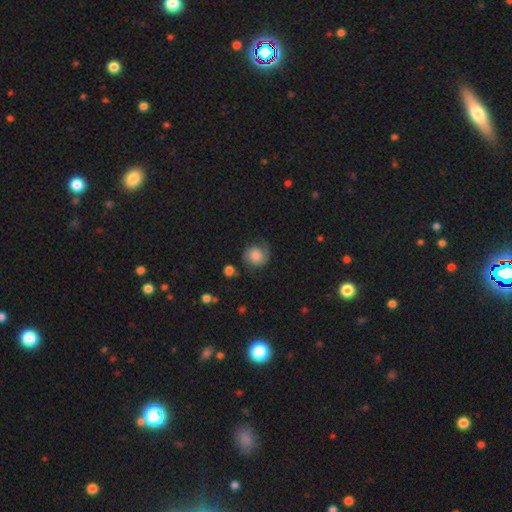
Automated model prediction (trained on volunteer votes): The model was most divided on "bulge size": moderate: 29%, large: 26%, small: 20%, none: 18%, dominant: 7%. Remaining: edge-on disk — no (98%); spiral arms — yes (94%); spiral arm count — 2 (86%); bar — no (74%); merging — none (70%); smooth or featured — featured or disk (60%); spiral winding — medium (43%).